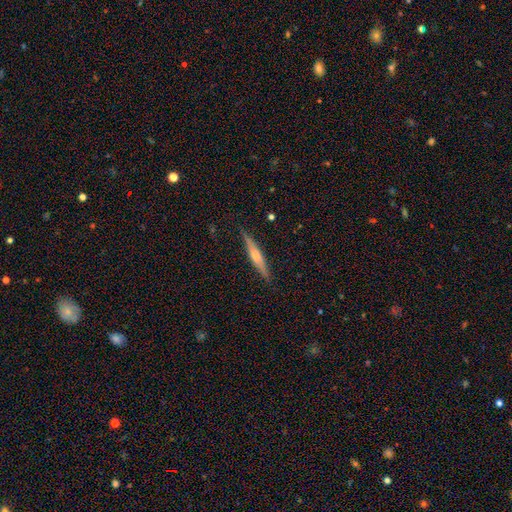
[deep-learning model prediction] Smooth or featured? featured or disk (58%)
Edge-on disk? yes (97%)
Edge-on bulge? rounded (70%)
Merging? none (88%)